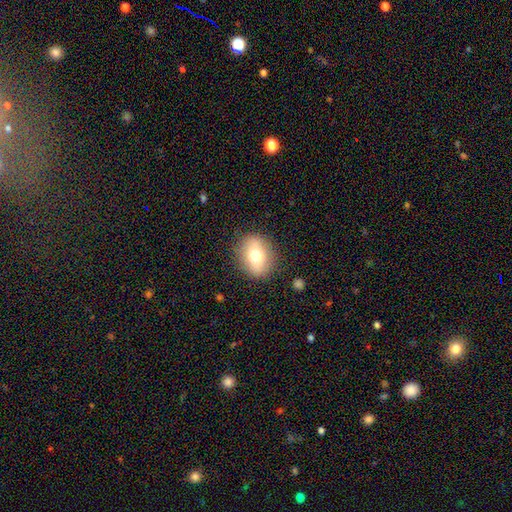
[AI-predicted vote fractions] This is likely a smooth galaxy (69%). How rounded: possibly round (52%). Merging: clearly none (85%).